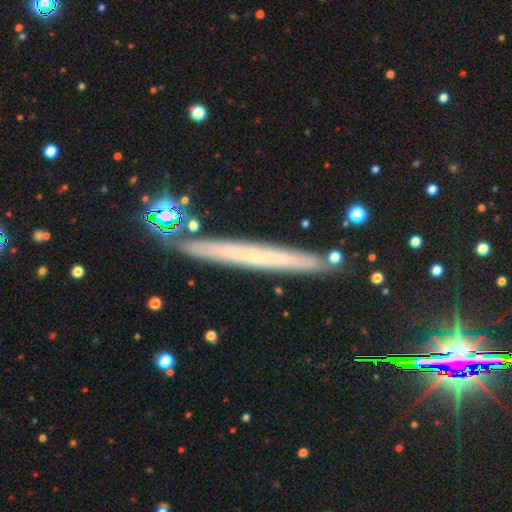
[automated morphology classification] smooth_or_featured: featured or disk (p=0.53) [alt: smooth p=0.34]
disk_edge_on: yes (p=0.94) [alt: no p=0.06]
edge_on_bulge: none (p=0.85) [alt: rounded p=0.11]
merging: none (p=0.87) [alt: minor disturbance p=0.09]